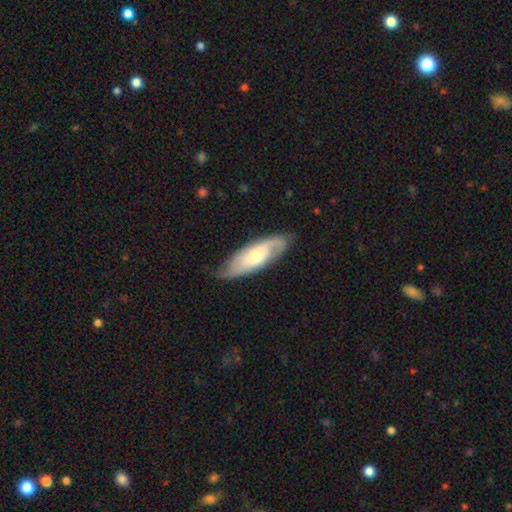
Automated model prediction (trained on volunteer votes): featured or disk 62%, smooth 33%, star or artifact 5%. Down the decision tree: edge-on disk — no (81%); bar — no (65%); spiral arms — yes (88%); bulge size — moderate (57%); merging — none (73%).